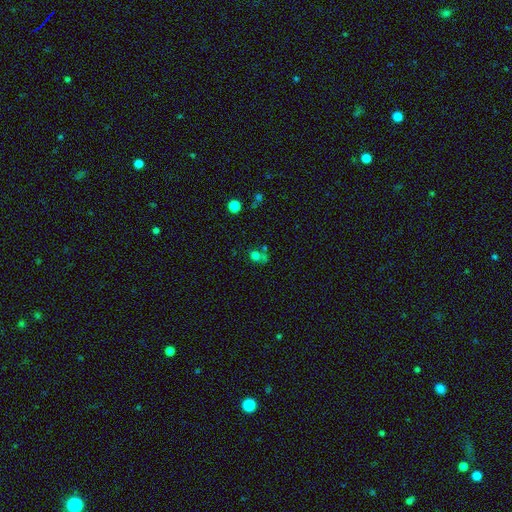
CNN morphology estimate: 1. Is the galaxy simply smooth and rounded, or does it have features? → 67% smooth, 19% star or artifact, 14% featured or disk.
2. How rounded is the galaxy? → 64% round, 35% in between, 1% cigar-shaped.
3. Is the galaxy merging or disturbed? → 39% none, 35% merger, 14% minor disturbance, 11% major disturbance.